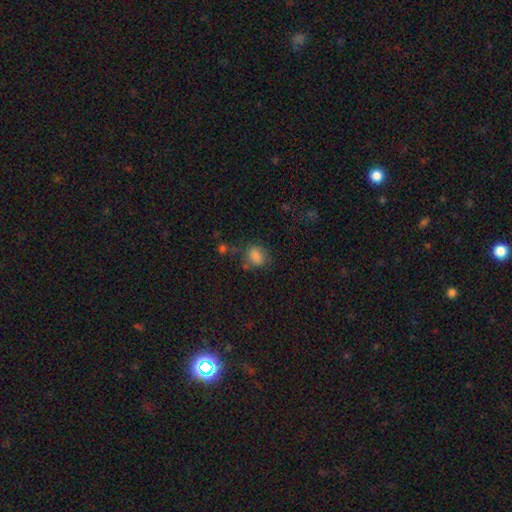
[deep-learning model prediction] Smooth or featured: smooth — 78% (star or artifact — 13%)
How rounded: in between — 61% (round — 37%)
Merging: none — 57% (minor disturbance — 24%)